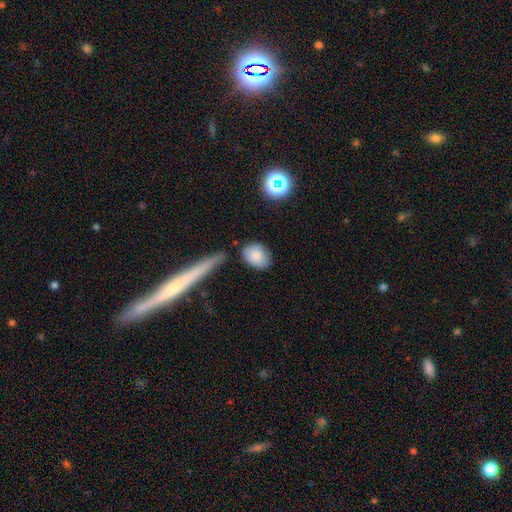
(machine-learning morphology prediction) smooth 84%, featured or disk 8%, star or artifact 8%. Down the decision tree: how rounded — in between (72%); merging — none (73%).